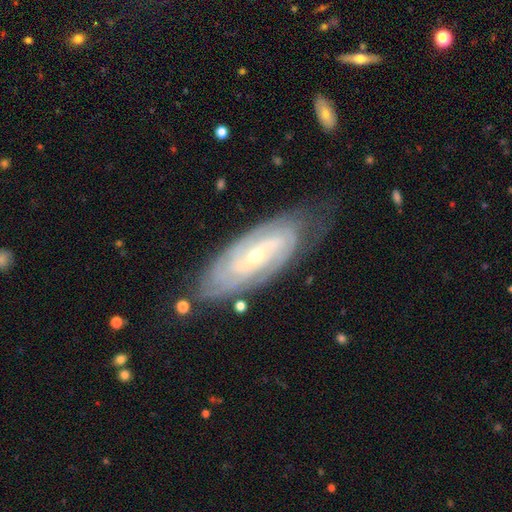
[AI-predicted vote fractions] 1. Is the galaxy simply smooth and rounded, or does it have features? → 84% featured or disk, 10% smooth, 6% star or artifact.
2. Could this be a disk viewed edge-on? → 90% no, 10% yes.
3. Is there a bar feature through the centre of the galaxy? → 50% no, 35% weak, 15% strong.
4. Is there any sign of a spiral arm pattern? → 94% yes, 6% no.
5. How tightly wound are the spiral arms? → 70% tight, 24% medium, 6% loose.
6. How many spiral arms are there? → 38% can't tell, 28% 2, 14% 3, 11% 4, 5% more than 4, 4% 1.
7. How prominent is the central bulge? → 68% small, 29% moderate, 1% large, 1% none, 1% dominant.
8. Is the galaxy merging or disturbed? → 71% none, 21% minor disturbance, 6% major disturbance, 2% merger.